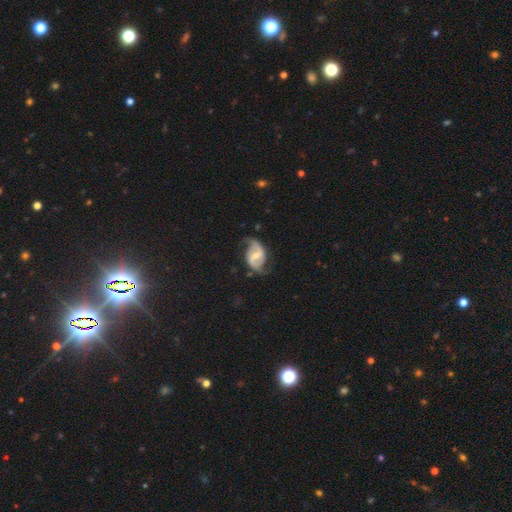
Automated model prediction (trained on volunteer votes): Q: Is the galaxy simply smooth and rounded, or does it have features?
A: featured or disk — 86%.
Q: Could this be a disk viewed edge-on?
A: no — 98%.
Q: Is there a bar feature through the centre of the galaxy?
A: weak — 51%.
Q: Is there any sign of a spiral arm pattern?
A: yes — 96%.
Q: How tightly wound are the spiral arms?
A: loose — 44%.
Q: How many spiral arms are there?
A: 2 — 92%.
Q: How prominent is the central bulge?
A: moderate — 49%.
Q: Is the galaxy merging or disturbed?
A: none — 72%.